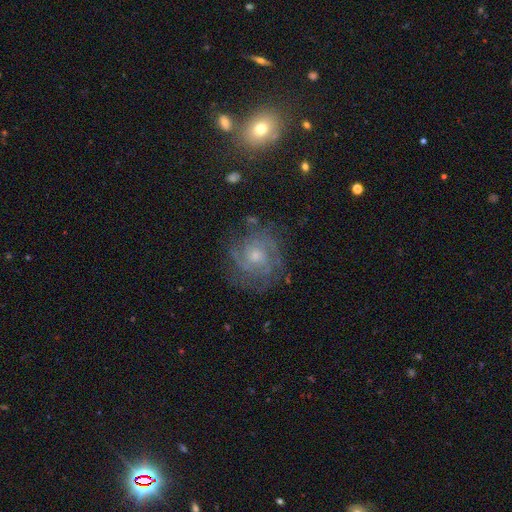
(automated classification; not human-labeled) Q: Smooth or featured?
A: featured or disk (79%); runner-up: smooth (12%)
Q: Edge-on disk?
A: no (98%); runner-up: yes (2%)
Q: Bar?
A: no (72%); runner-up: weak (24%)
Q: Spiral arms?
A: yes (93%); runner-up: no (7%)
Q: Spiral winding?
A: tight (55%); runner-up: medium (35%)
Q: Spiral arm count?
A: can't tell (32%); runner-up: 3 (24%)
Q: Bulge size?
A: small (59%); runner-up: moderate (35%)
Q: Merging?
A: none (72%); runner-up: minor disturbance (17%)